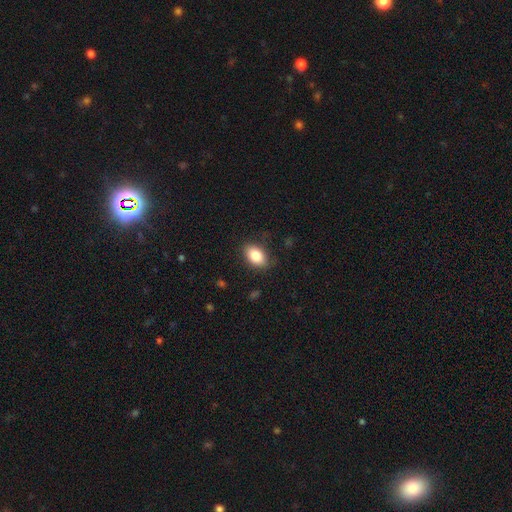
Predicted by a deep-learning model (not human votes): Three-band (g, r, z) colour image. It shows a smooth galaxy with no disk features (85%) that is in between round and cigar-shaped (88%). Merging: none (83%).